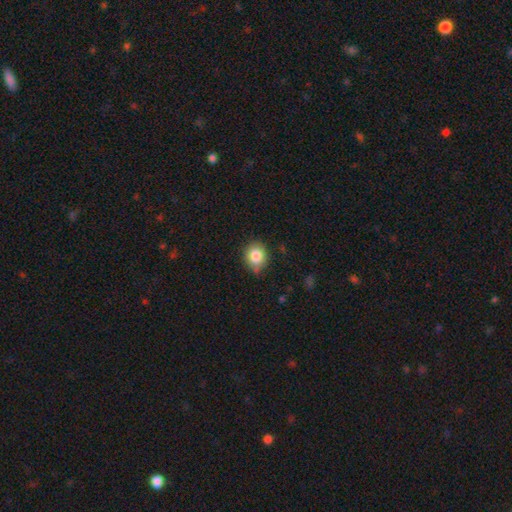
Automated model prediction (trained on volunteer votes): Smooth or featured? Predicted: smooth (p=0.84). How rounded? Predicted: round (p=0.72). Merging? Predicted: none (p=0.75).